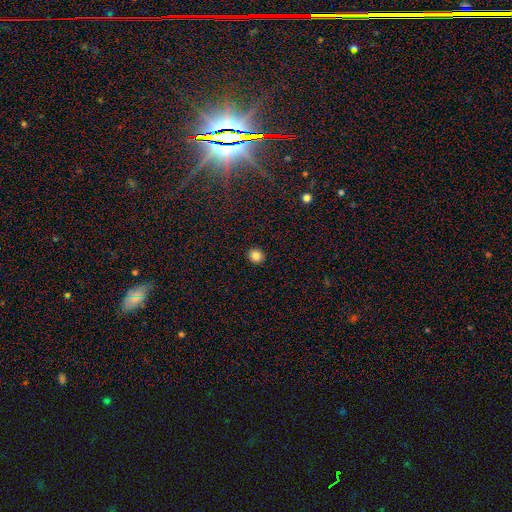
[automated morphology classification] This appears to be a smooth galaxy with no disk features (85%) that is round (84%). Merging: none (92%).